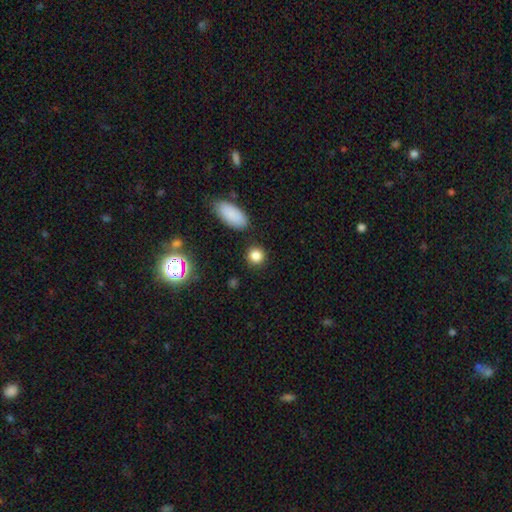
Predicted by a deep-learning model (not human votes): Q: Smooth or featured?
A: smooth (81%); runner-up: star or artifact (13%)
Q: How rounded?
A: round (85%); runner-up: in between (14%)
Q: Merging?
A: none (86%); runner-up: minor disturbance (8%)